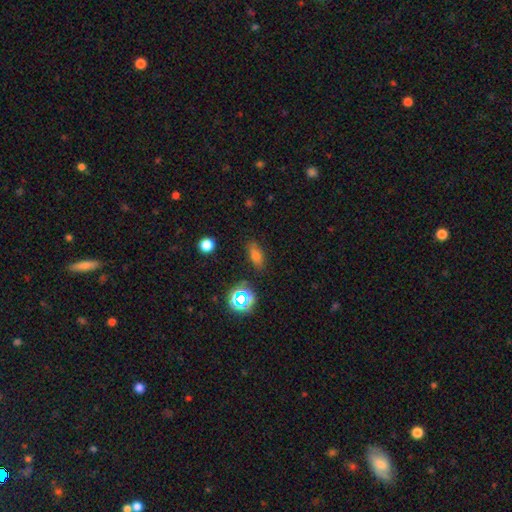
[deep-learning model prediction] Overall: smooth (70%). How rounded: in between (74%). Merging: none (84%).